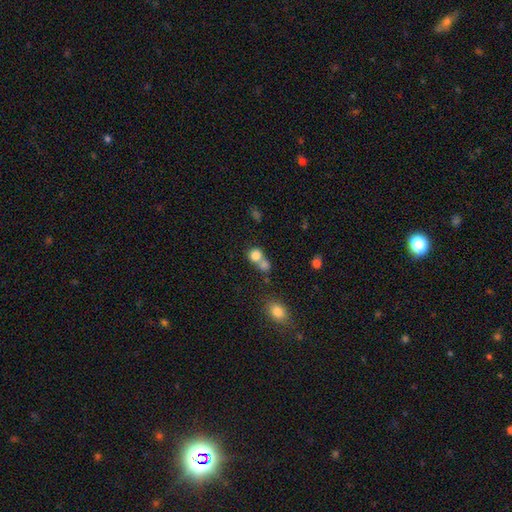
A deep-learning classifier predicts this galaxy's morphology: This appears to be a smooth galaxy with no disk features (80%) that is round (79%). Merging: merger (52%).